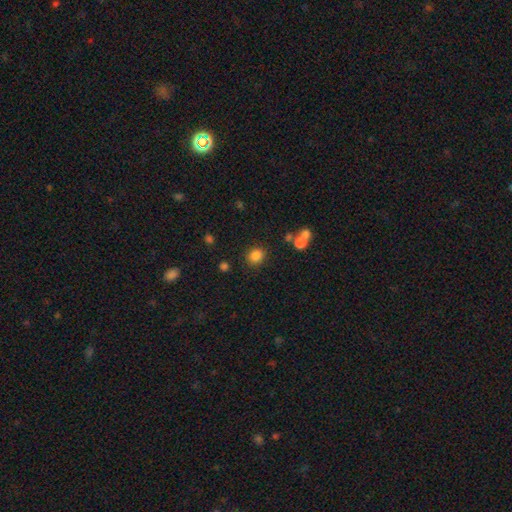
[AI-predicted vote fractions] Overall: smooth (83%). How rounded: round (72%). Merging: none (83%).